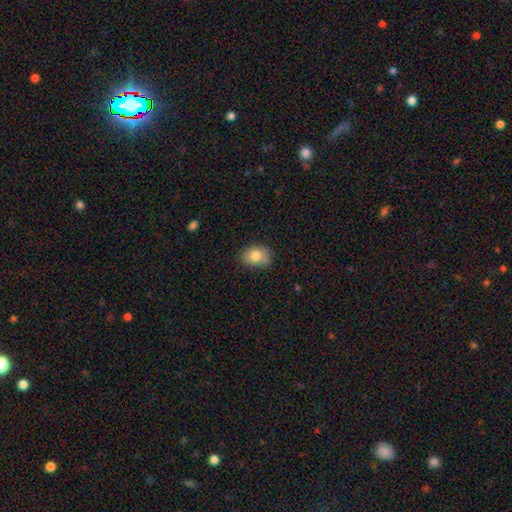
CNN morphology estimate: Smooth or featured? Predicted: smooth (p=0.82). How rounded? Predicted: in between (p=0.66). Merging? Predicted: none (p=0.74).